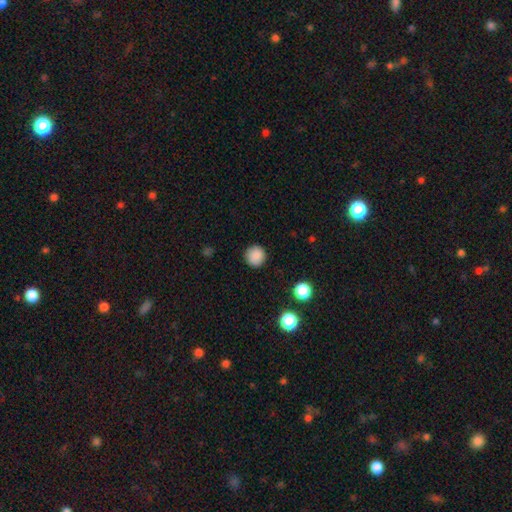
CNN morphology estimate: This is clearly a smooth galaxy (87%). How rounded: clearly round (94%). Merging: clearly none (90%).